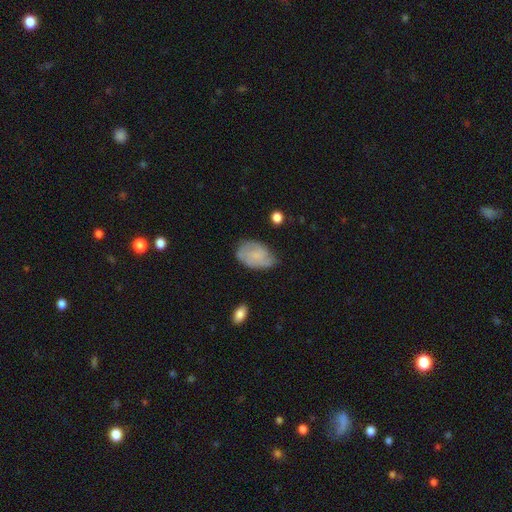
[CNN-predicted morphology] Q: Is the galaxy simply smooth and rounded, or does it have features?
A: smooth — 51%.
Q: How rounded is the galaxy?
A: in between — 88%.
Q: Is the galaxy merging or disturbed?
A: none — 55%.